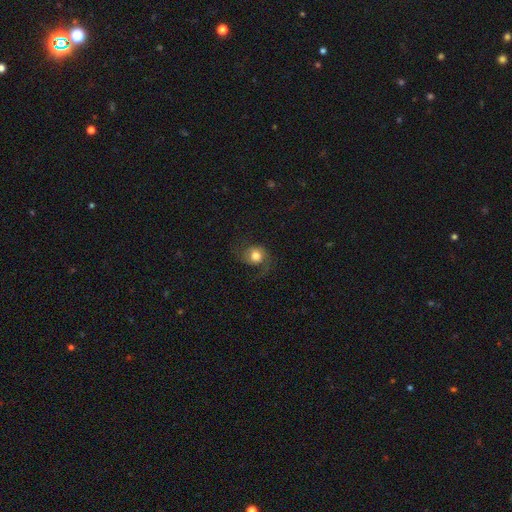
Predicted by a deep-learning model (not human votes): Overall: smooth (48%; featured or disk 43%). Merging: none (50%; major disturbance 29%).